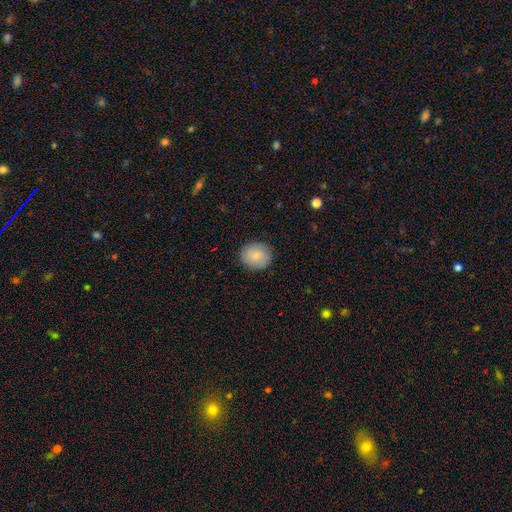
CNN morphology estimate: The model was most divided on "how rounded": round: 78%, in between: 21%, cigar-shaped: 1%. More confident: merging — none (88%); smooth or featured — smooth (82%).